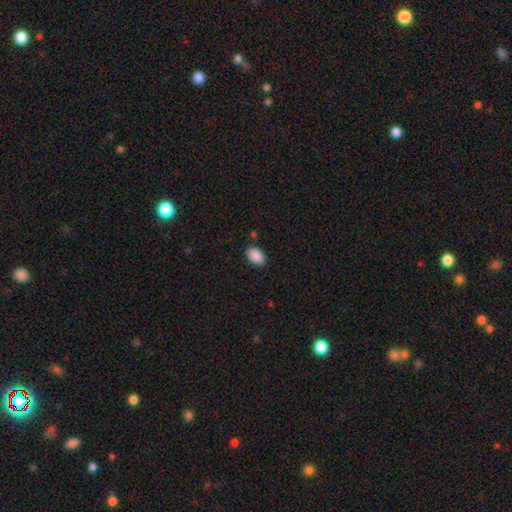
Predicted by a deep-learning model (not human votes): Smooth or featured? smooth (90%)
How rounded? in between (90%)
Merging? none (85%)